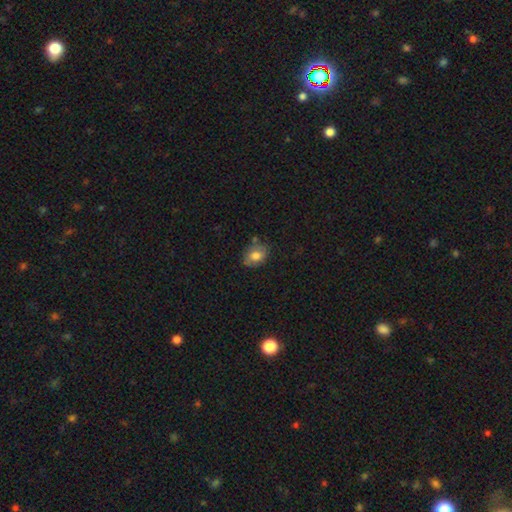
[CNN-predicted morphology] smooth-or-featured: smooth: 75% | featured or disk: 16% | star or artifact: 9%
  how-rounded: in between: 67% | round: 32% | cigar-shaped: 1%
  merging: none: 70% | minor disturbance: 20% | merger: 6% | major disturbance: 4%